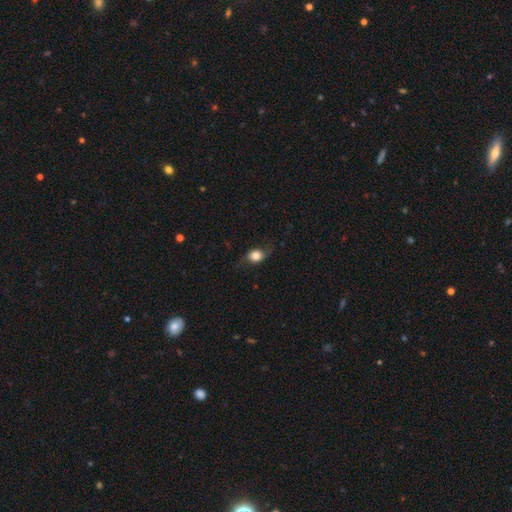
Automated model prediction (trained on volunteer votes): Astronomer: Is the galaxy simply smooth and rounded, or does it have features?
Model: smooth — 67%.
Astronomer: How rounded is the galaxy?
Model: in between — 53% (runner-up: round, 44%).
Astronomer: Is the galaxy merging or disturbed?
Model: none — 66%.